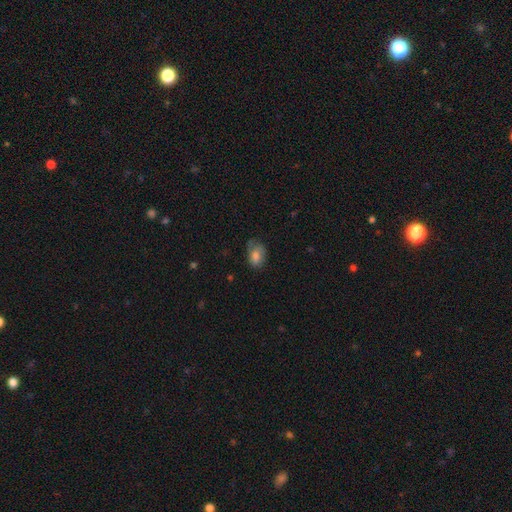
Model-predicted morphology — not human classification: Smooth or featured? smooth (76%)
How rounded? in between (83%)
Merging? none (58%)